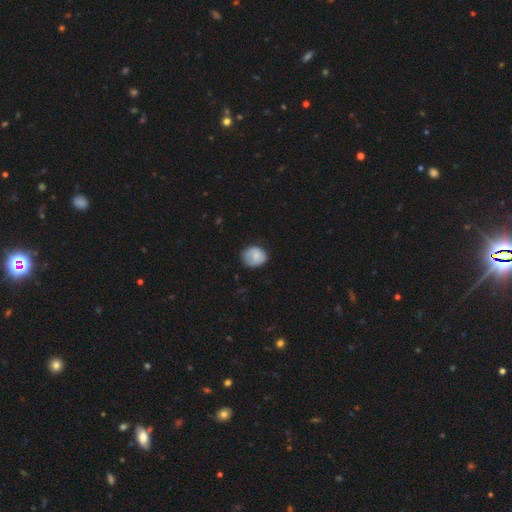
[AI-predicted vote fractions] Smooth or featured? smooth (80%)
How rounded? round (67%)
Merging? none (66%)